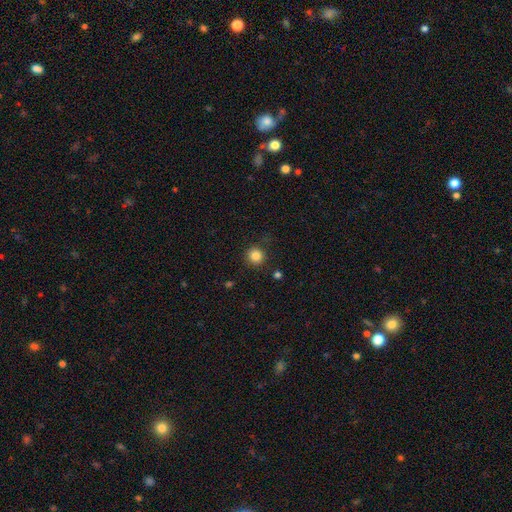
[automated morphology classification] Smooth or featured?
  - smooth: 84% *
  - star or artifact: 12%
  - featured or disk: 4%
How rounded?
  - round: 94% *
  - in between: 5%
  - cigar-shaped: 1%
Merging?
  - none: 88% *
  - minor disturbance: 8%
  - major disturbance: 3%
  - merger: 2%